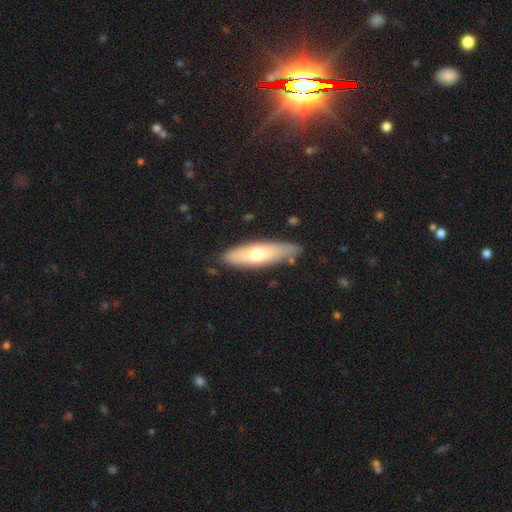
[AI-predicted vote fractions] smooth-or-featured: smooth: 59% | featured or disk: 35% | star or artifact: 5%
  how-rounded: cigar-shaped: 58% | in between: 40% | round: 2%
  merging: none: 83% | minor disturbance: 11% | major disturbance: 3% | merger: 2%